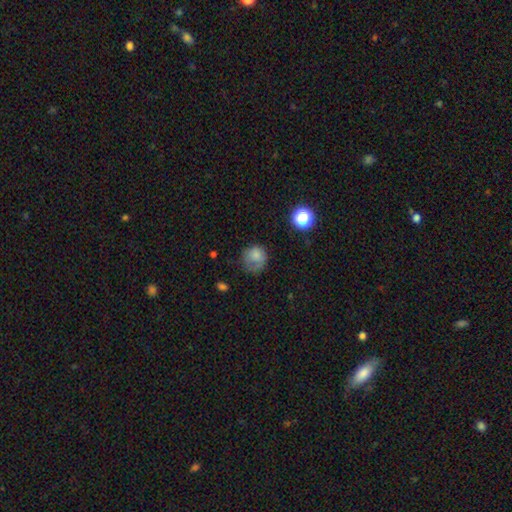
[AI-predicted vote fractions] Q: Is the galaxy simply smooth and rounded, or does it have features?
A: smooth — 75%.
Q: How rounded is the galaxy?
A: round — 79%.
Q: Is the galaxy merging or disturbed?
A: none — 47%.